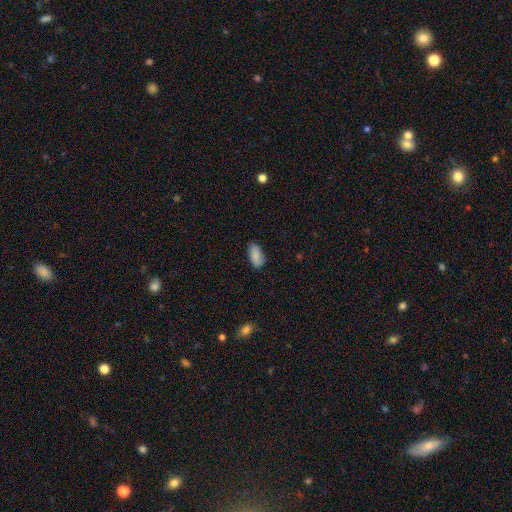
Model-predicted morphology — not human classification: Smooth or featured?
  - smooth: 86% *
  - star or artifact: 7%
  - featured or disk: 7%
How rounded?
  - in between: 92% *
  - cigar-shaped: 6%
  - round: 3%
Merging?
  - none: 77% *
  - minor disturbance: 18%
  - major disturbance: 3%
  - merger: 1%